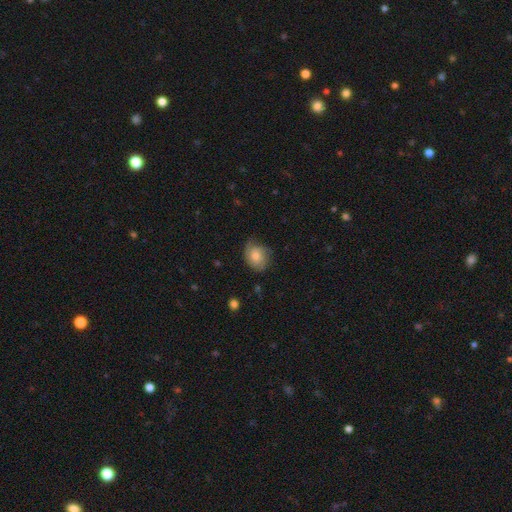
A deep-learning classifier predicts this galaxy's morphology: Smooth or featured: smooth — 60% (featured or disk — 32%)
How rounded: round — 64% (in between — 35%)
Merging: none — 62% (minor disturbance — 29%)